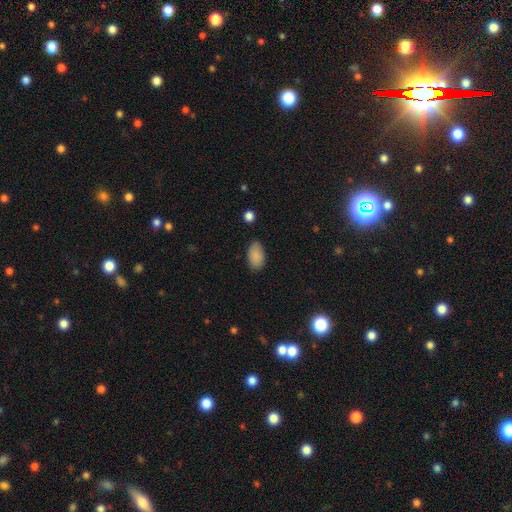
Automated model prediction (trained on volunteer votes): This appears to be a smooth galaxy with no disk features (88%) that is in between round and cigar-shaped (93%). Merging: none (81%).